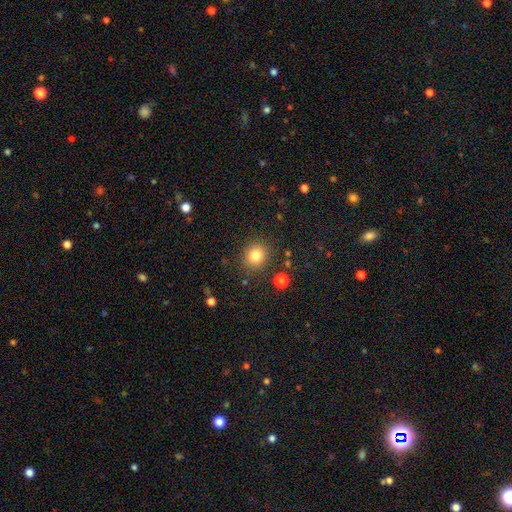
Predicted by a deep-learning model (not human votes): smooth_or_featured: smooth (p=0.82) [alt: star or artifact p=0.12]
how_rounded: round (p=0.84) [alt: in between p=0.15]
merging: none (p=0.87) [alt: minor disturbance p=0.08]